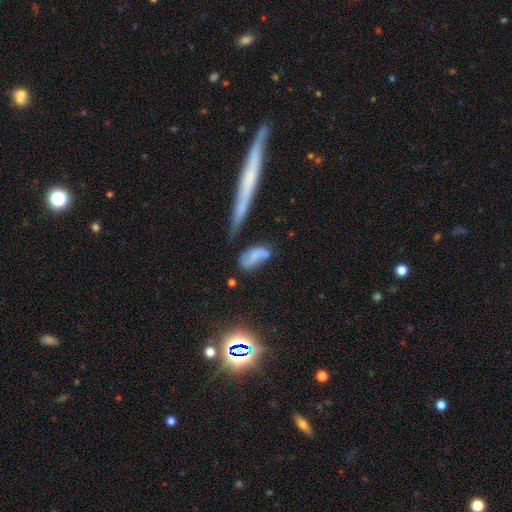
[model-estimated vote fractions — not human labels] Smooth or featured?
  - smooth: 45% *
  - featured or disk: 44%
  - star or artifact: 10%
Merging?
  - none: 48% *
  - minor disturbance: 26%
  - major disturbance: 15%
  - merger: 12%